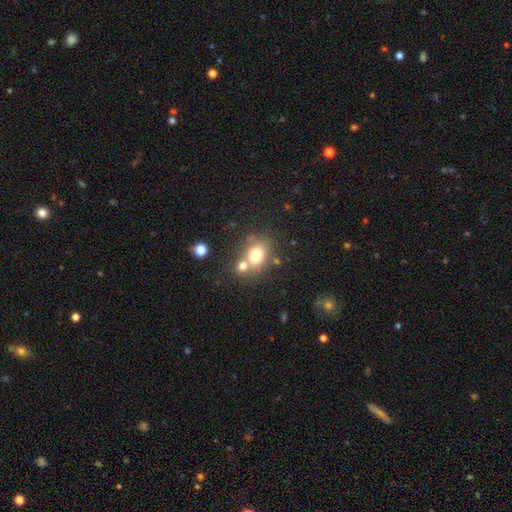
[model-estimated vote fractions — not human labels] Smooth or featured?
  - smooth: 72% *
  - featured or disk: 15%
  - star or artifact: 12%
How rounded?
  - in between: 53% *
  - round: 46%
  - cigar-shaped: 1%
Merging?
  - none: 45% *
  - merger: 38%
  - minor disturbance: 11%
  - major disturbance: 5%